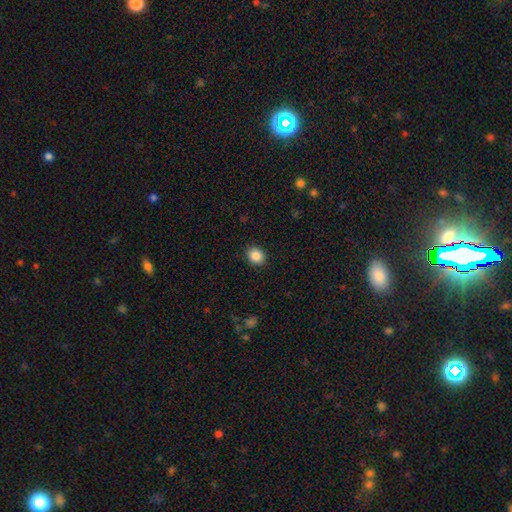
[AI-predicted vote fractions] A smooth galaxy with no disk features (87%) that is round (76%).

Vote fractions:
- Smooth or featured? smooth: 87% / star or artifact: 9% / featured or disk: 3%
- How rounded? round: 76% / in between: 23% / cigar-shaped: 1%
- Merging? none: 90% / minor disturbance: 7% / major disturbance: 2% / merger: 1%